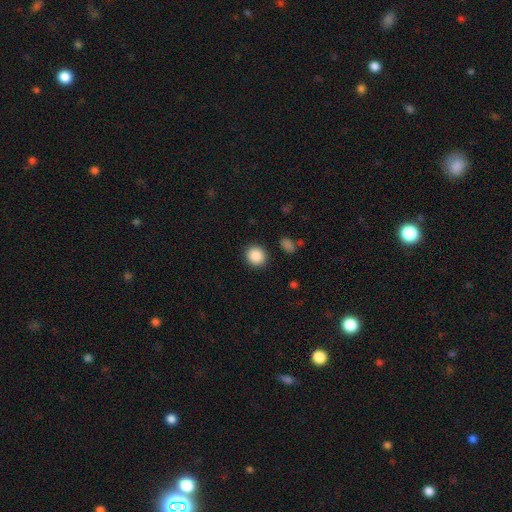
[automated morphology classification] Overall: smooth (89%). How rounded: round (78%). Merging: none (89%).